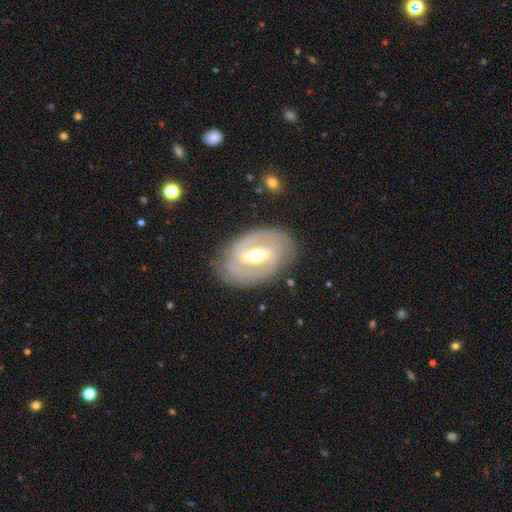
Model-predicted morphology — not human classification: The model was most divided on "bar": strong: 54%, weak: 35%, no: 11%. More confident: edge-on disk — no (93%); smooth or featured — featured or disk (81%); merging — none (80%); spiral arms — yes (76%); spiral arm count — 2 (71%); bulge size — moderate (71%); spiral winding — tight (57%).